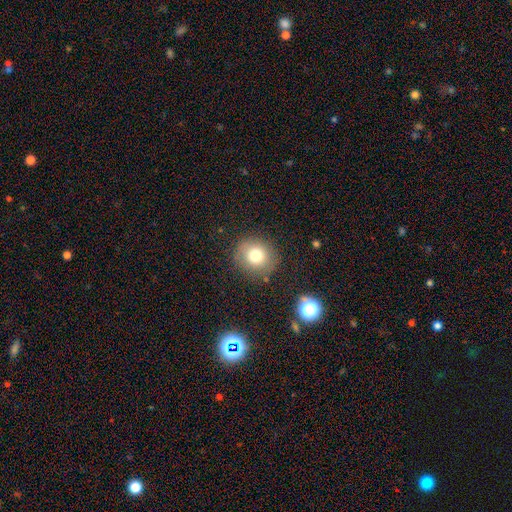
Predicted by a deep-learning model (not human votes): Smooth or featured? smooth (75%)
How rounded? round (85%)
Merging? none (83%)